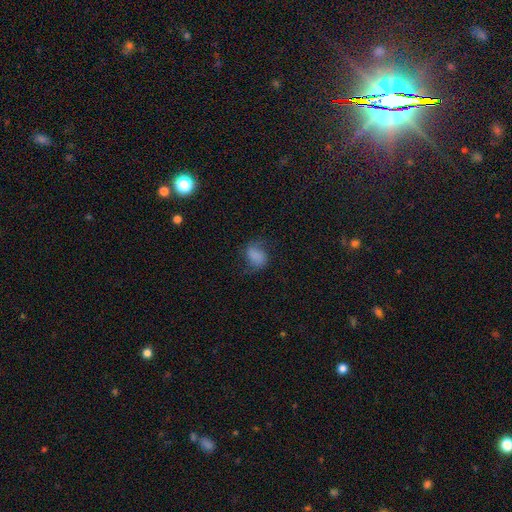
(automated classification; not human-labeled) smooth_or_featured: smooth (p=0.55) [alt: featured or disk p=0.33]
how_rounded: in between (p=0.62) [alt: round p=0.36]
merging: none (p=0.62) [alt: minor disturbance p=0.21]